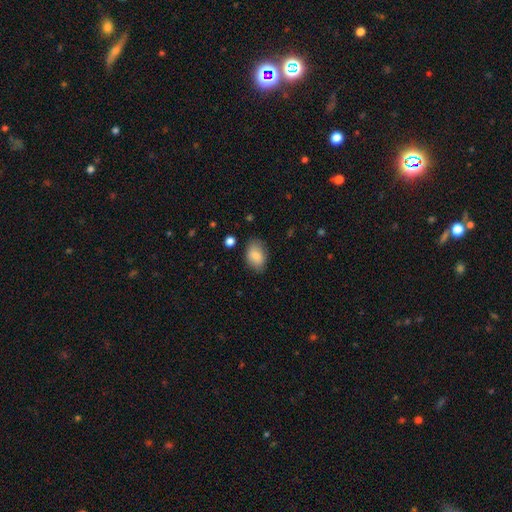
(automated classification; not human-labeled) Smooth or featured?
  - smooth: 84% *
  - featured or disk: 9%
  - star or artifact: 7%
How rounded?
  - in between: 85% *
  - round: 13%
  - cigar-shaped: 1%
Merging?
  - none: 77% *
  - minor disturbance: 18%
  - major disturbance: 4%
  - merger: 1%